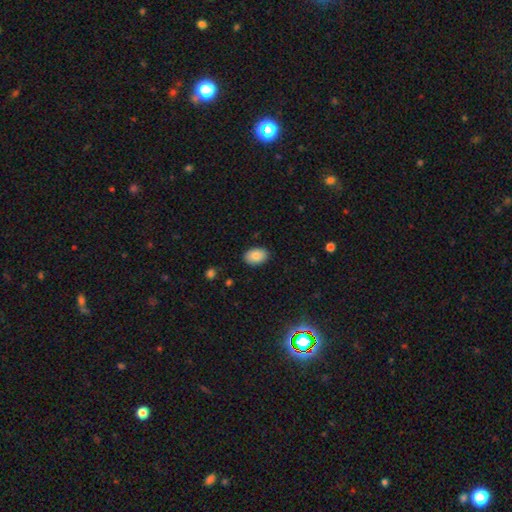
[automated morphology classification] smooth 87%, star or artifact 8%, featured or disk 6%. Down the decision tree: how rounded — in between (85%); merging — none (88%).